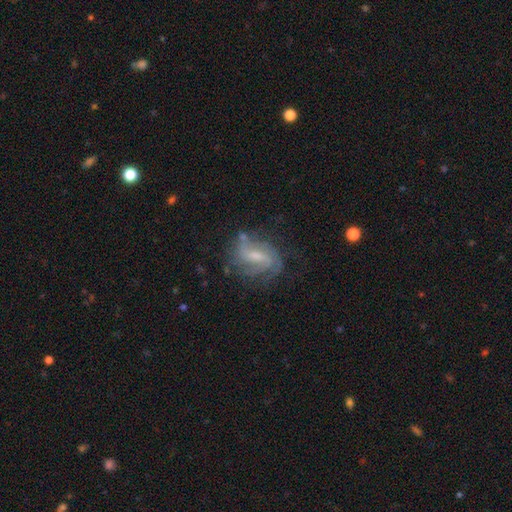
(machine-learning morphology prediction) This is likely a featured or disk galaxy (79%). It is clearly not viewed edge-on (96%). Bar: possibly weak (55%). Spiral arm pattern: clearly yes (92%). Spiral arm count: possibly 2 (47%). Spiral winding: possibly medium (45%). Central bulge: marginally small (40%). Merging: likely none (63%).